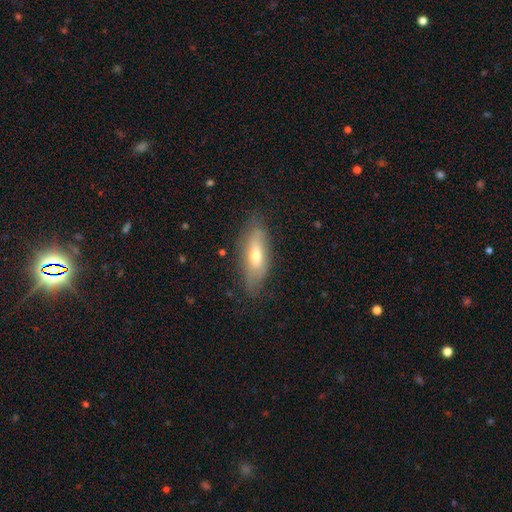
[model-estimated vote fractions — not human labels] smooth_or_featured: smooth (p=0.54) [alt: featured or disk p=0.40]
how_rounded: in between (p=0.61) [alt: cigar-shaped p=0.36]
merging: none (p=0.74) [alt: minor disturbance p=0.20]